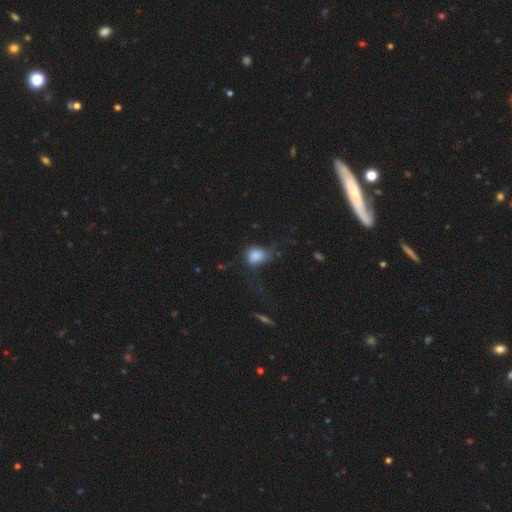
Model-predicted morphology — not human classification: A smooth galaxy with no disk features (76%) that is round (51%).

Vote fractions:
- Smooth or featured? smooth: 76% / featured or disk: 13% / star or artifact: 11%
- How rounded? round: 51% / in between: 48% / cigar-shaped: 2%
- Merging? none: 37% / major disturbance: 32% / minor disturbance: 27% / merger: 3%